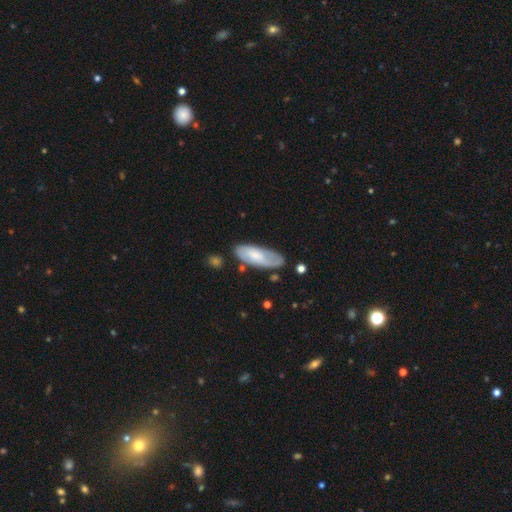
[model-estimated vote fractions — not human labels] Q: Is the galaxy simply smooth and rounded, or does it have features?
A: smooth — 58%.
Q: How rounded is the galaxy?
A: in between — 72%.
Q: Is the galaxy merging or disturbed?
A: none — 65%.